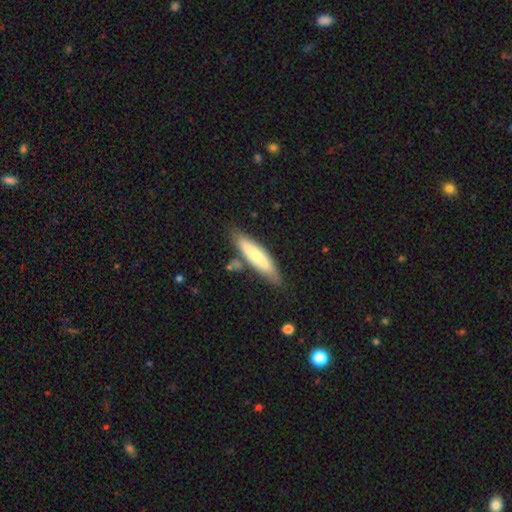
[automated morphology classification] smooth-or-featured: smooth: 59% | featured or disk: 36% | star or artifact: 6%
  how-rounded: cigar-shaped: 70% | in between: 28% | round: 2%
  merging: none: 77% | minor disturbance: 15% | merger: 5% | major disturbance: 3%